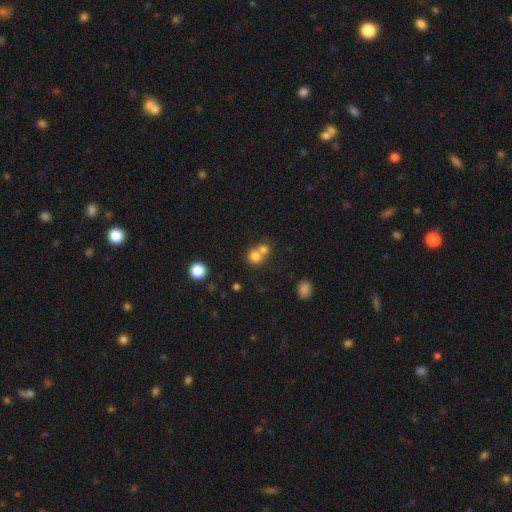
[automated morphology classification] Overall: smooth (76%). How rounded: round (83%). Merging: merger (55%; none 38%).